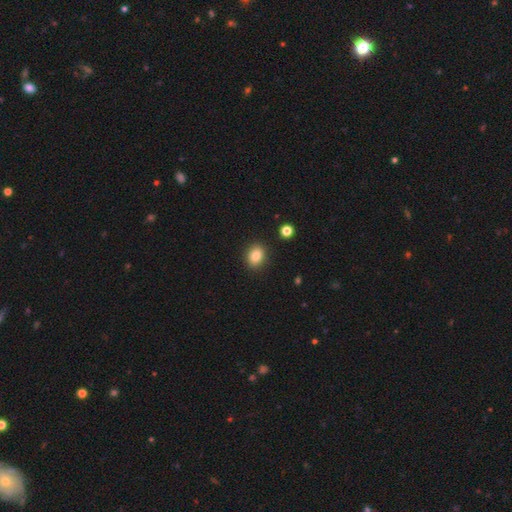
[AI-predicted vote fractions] Smooth or featured? smooth (84%)
How rounded? in between (54%)
Merging? none (89%)